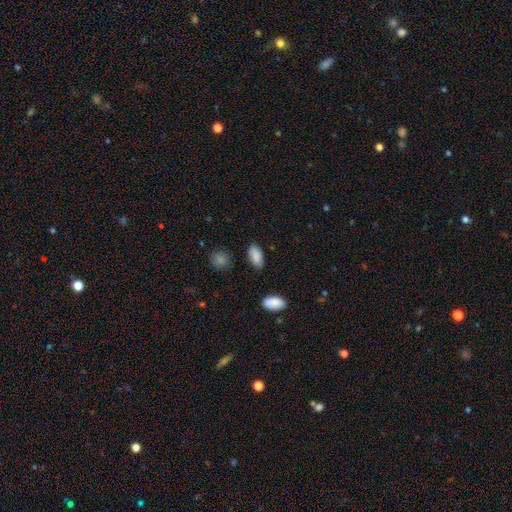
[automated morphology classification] Q: Smooth or featured?
A: smooth (87%); runner-up: star or artifact (7%)
Q: How rounded?
A: in between (94%); runner-up: cigar-shaped (3%)
Q: Merging?
A: none (82%); runner-up: minor disturbance (14%)